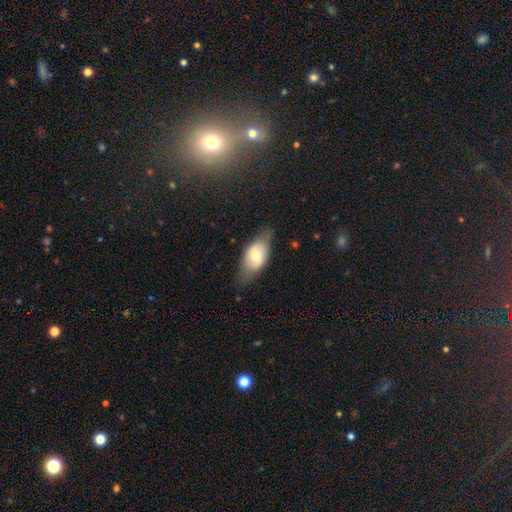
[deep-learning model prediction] Smooth or featured? Predicted: smooth (p=0.57). How rounded? Predicted: in between (p=0.85). Merging? Predicted: none (p=0.65).